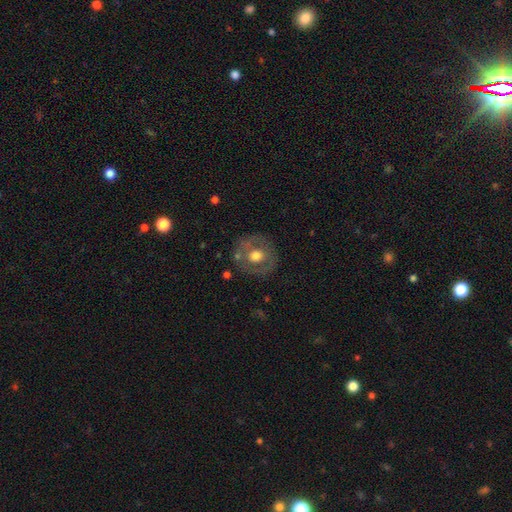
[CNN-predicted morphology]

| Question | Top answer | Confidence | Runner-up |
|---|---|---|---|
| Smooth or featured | smooth | 50% | featured or disk (43%) |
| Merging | none | 79% | minor disturbance (13%) |